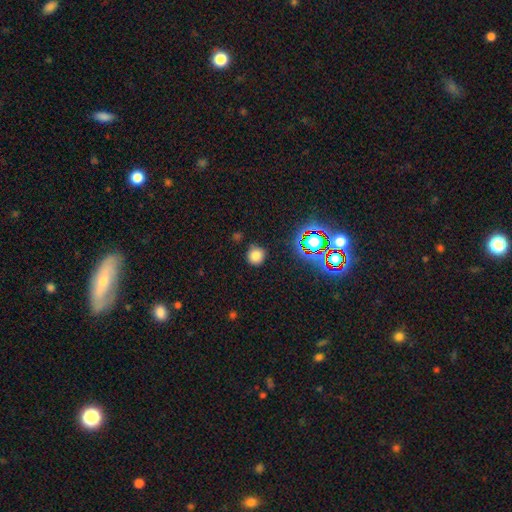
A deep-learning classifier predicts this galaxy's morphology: Smooth or featured? Predicted: smooth (p=0.76). How rounded? Predicted: round (p=0.91). Merging? Predicted: none (p=0.86).